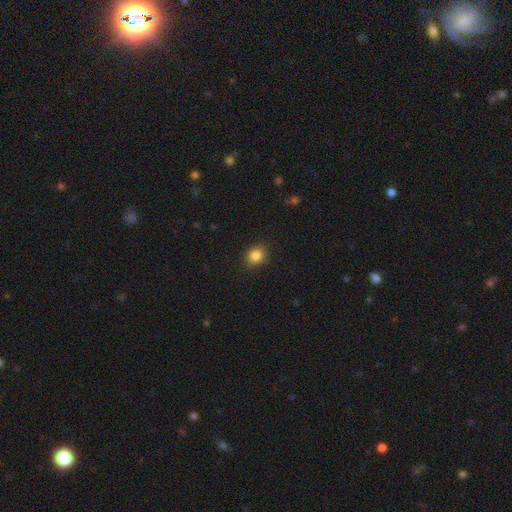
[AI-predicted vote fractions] smooth-or-featured: smooth: 85% | star or artifact: 11% | featured or disk: 4%
  how-rounded: round: 74% | in between: 25% | cigar-shaped: 1%
  merging: none: 88% | minor disturbance: 9% | major disturbance: 2% | merger: 1%